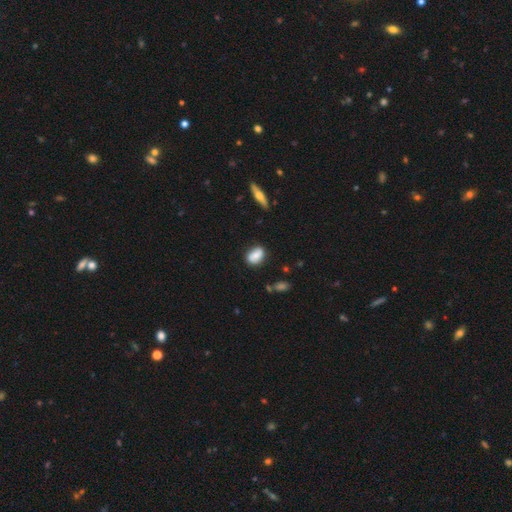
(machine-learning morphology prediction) type=smooth (69%); roundness=in between (75%); merging=none (72%).